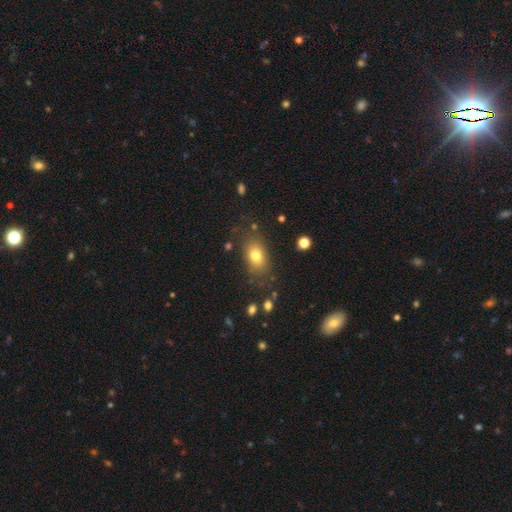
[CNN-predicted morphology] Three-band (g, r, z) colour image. It shows a smooth galaxy with no disk features (78%) that is in between round and cigar-shaped (82%). Merging: none (77%).